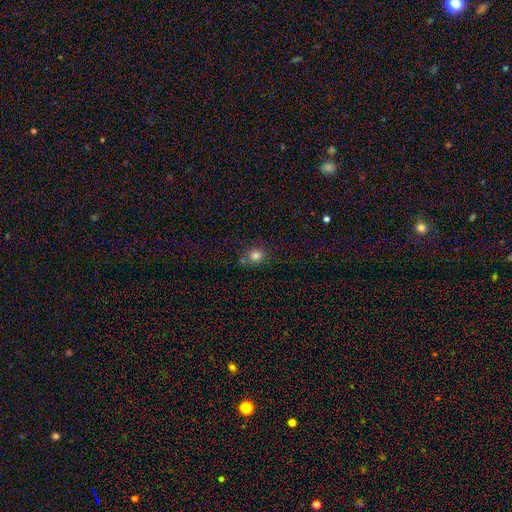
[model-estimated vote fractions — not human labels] Smooth or featured: smooth — 82% (star or artifact — 12%)
How rounded: round — 85% (in between — 14%)
Merging: none — 70% (minor disturbance — 13%)